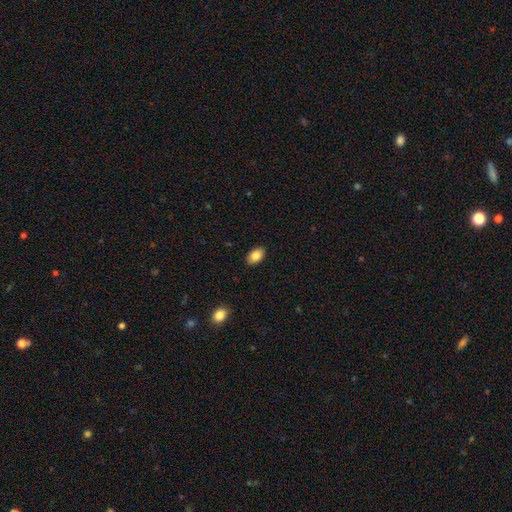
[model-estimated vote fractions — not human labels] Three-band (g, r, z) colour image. It shows a smooth galaxy with no disk features (85%) that is in between round and cigar-shaped (89%). Merging: none (89%).